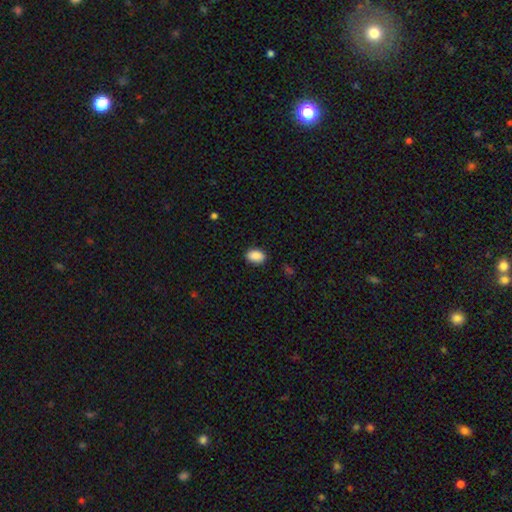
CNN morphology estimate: A smooth galaxy with no disk features (90%) that is in between round and cigar-shaped (84%).

Vote fractions:
- Smooth or featured? smooth: 90% / star or artifact: 8% / featured or disk: 3%
- How rounded? in between: 84% / round: 14% / cigar-shaped: 1%
- Merging? none: 87% / minor disturbance: 10% / major disturbance: 2% / merger: 1%